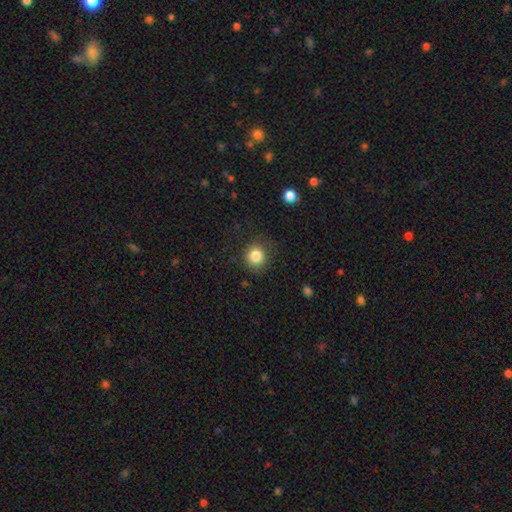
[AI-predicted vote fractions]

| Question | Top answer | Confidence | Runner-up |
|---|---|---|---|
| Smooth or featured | smooth | 84% | star or artifact (10%) |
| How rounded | round | 87% | in between (12%) |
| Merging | none | 81% | minor disturbance (13%) |